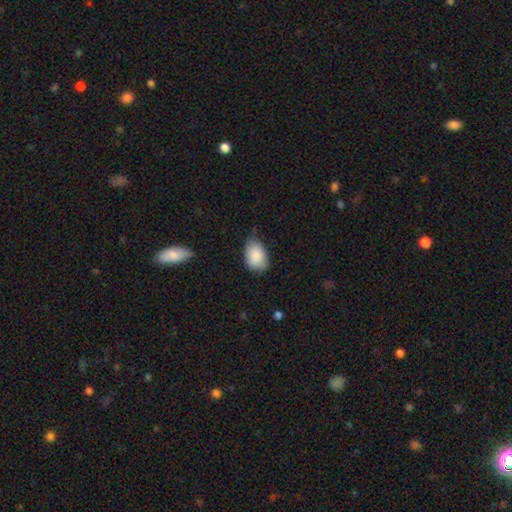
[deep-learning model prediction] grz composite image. It shows a smooth galaxy with no disk features (87%) that is in between round and cigar-shaped (79%). Merging: none (53%).